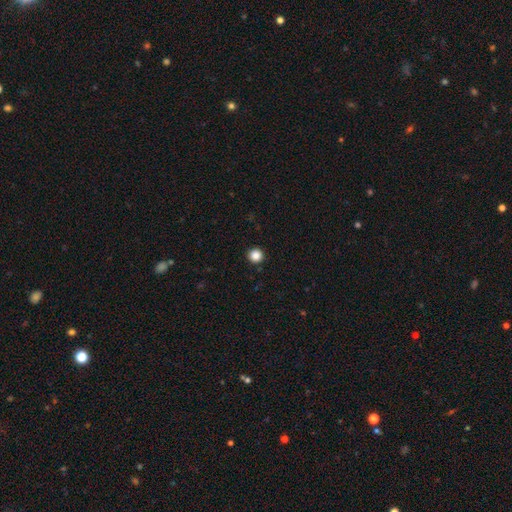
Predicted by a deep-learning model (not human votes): Smooth or featured? smooth (86%)
How rounded? round (95%)
Merging? none (94%)